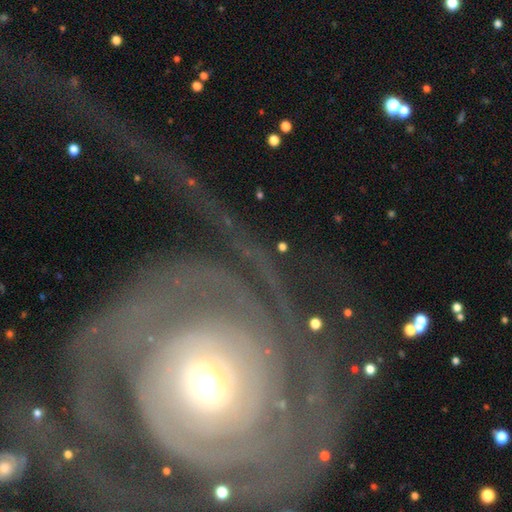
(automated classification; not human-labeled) smooth-or-featured: featured or disk: 85% | smooth: 8% | star or artifact: 7%
  disk-edge-on: no: 97% | yes: 3%
    bar: no: 70% | weak: 19% | strong: 11%
    has-spiral-arms: yes: 92% | no: 8%
      spiral-winding: tight: 63% | medium: 24% | loose: 13%
      spiral-arm-count: 2: 38% | can't tell: 22% | 3: 13% | 1: 10% | 4: 9% | more than 4: 9%
    bulge-size: moderate: 52% | small: 34% | large: 10% | dominant: 2% | none: 2%
  merging: none: 53% | major disturbance: 30% | minor disturbance: 13% | merger: 4%